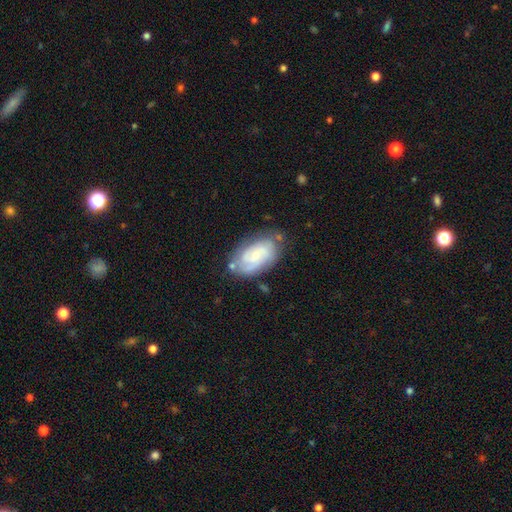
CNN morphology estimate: Smooth or featured: featured or disk — 69% (smooth — 25%)
Edge-on disk: no — 96% (yes — 4%)
Bar: no — 60% (weak — 34%)
Spiral arms: yes — 91% (no — 9%)
Spiral winding: tight — 55% (medium — 35%)
Spiral arm count: 2 — 43% (can't tell — 31%)
Bulge size: small — 64% (moderate — 23%)
Merging: none — 66% (minor disturbance — 22%)